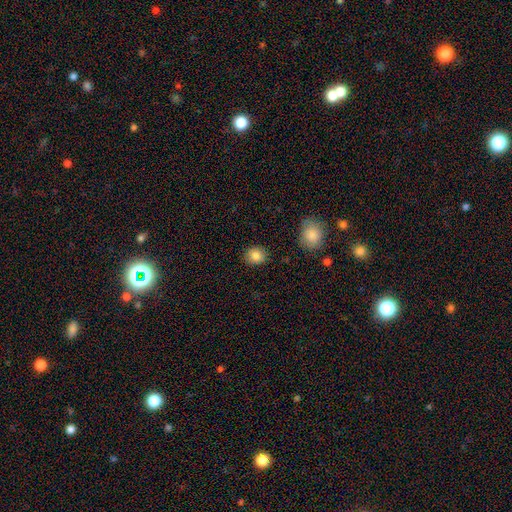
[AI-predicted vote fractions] smooth 86%, star or artifact 9%, featured or disk 5%. Down the decision tree: how rounded — round (73%); merging — none (88%).